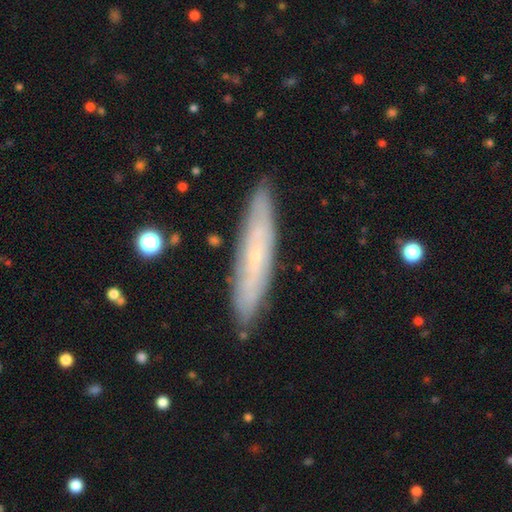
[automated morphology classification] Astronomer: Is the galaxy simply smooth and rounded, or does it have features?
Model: featured or disk — 56% (runner-up: smooth, 36%).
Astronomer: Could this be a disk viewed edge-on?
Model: yes — 59% (runner-up: no, 41%).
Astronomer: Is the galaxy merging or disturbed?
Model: none — 87%.